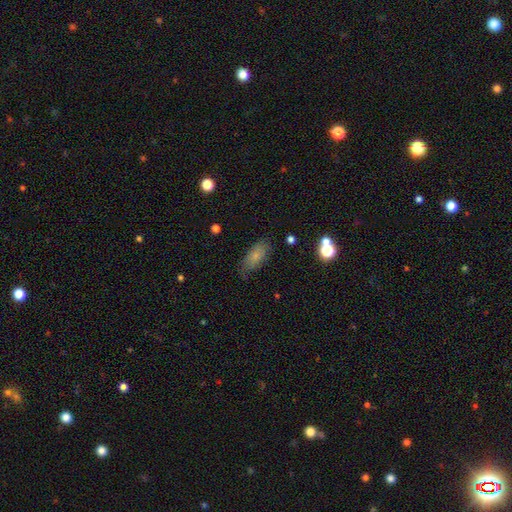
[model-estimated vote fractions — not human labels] The model was most divided on "merging": none: 71%, minor disturbance: 21%, major disturbance: 6%, merger: 2%. More confident: how rounded — in between (85%); smooth or featured — smooth (76%).